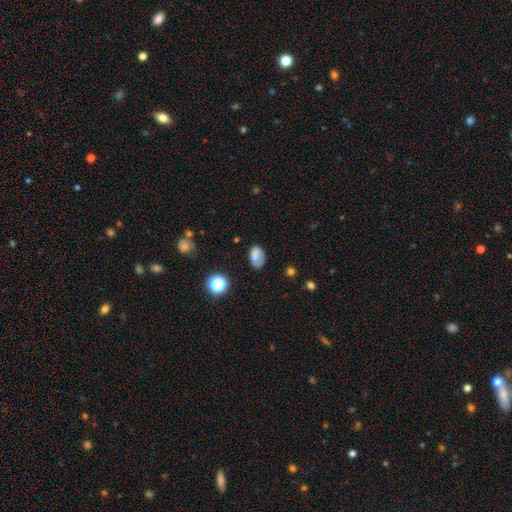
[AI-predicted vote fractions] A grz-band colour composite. It shows a smooth galaxy with no disk features (73%) that is in between round and cigar-shaped (86%). Merging: none (68%).